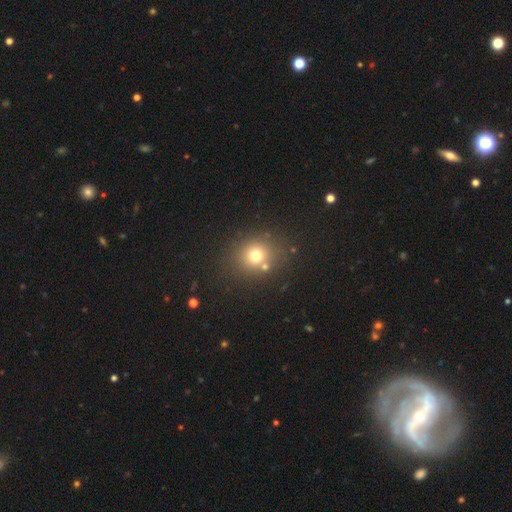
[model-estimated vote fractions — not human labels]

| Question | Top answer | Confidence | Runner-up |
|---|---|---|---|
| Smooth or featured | smooth | 71% | star or artifact (18%) |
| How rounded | round | 81% | in between (18%) |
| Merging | none | 75% | merger (12%) |